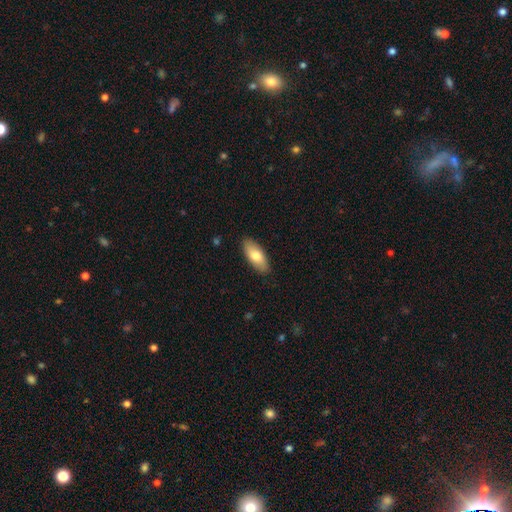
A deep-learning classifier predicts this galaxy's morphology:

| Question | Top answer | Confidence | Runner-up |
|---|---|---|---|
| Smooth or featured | smooth | 77% | featured or disk (18%) |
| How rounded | in between | 84% | cigar-shaped (13%) |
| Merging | none | 88% | minor disturbance (9%) |